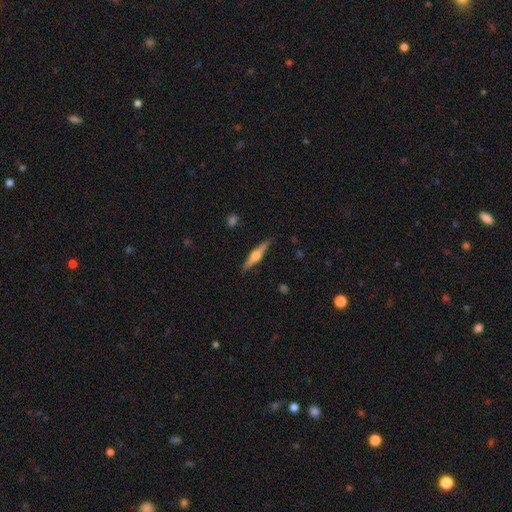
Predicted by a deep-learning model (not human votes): A featured or disk galaxy (65%) viewed edge-on (97%) with a rounded central bulge (93%).

Vote fractions:
- Smooth or featured? featured or disk: 65% / smooth: 29% / star or artifact: 6%
- Edge-on disk? yes: 97% / no: 3%
- Edge-on bulge? rounded: 93% / boxy: 4% / none: 3%
- Merging? none: 88% / minor disturbance: 9% / major disturbance: 2% / merger: 1%